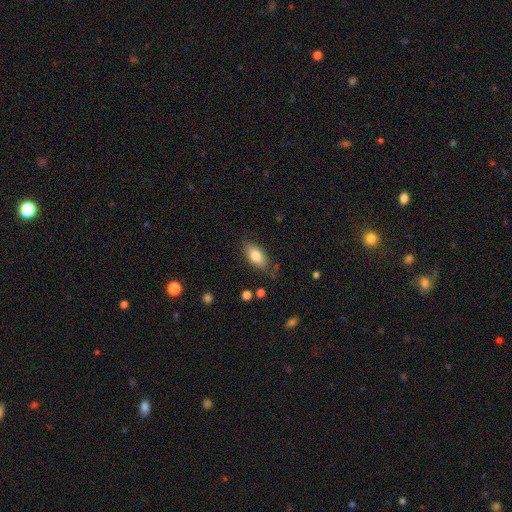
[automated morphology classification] type=smooth (80%); roundness=in between (90%); merging=none (77%).